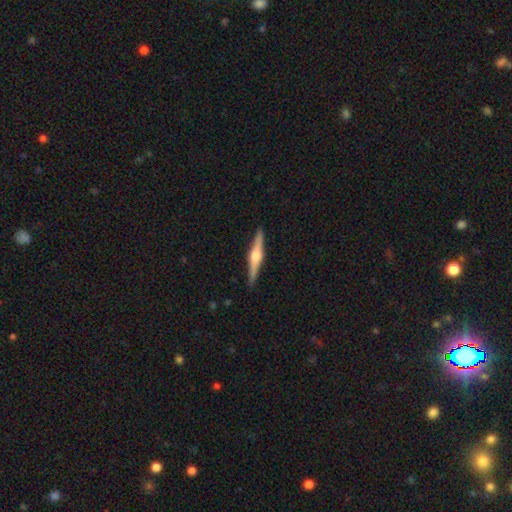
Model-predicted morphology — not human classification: Smooth or featured? Predicted: featured or disk (p=0.79). Edge-on disk? Predicted: yes (p=0.98). Edge-on bulge? Predicted: rounded (p=0.89). Merging? Predicted: none (p=0.92).